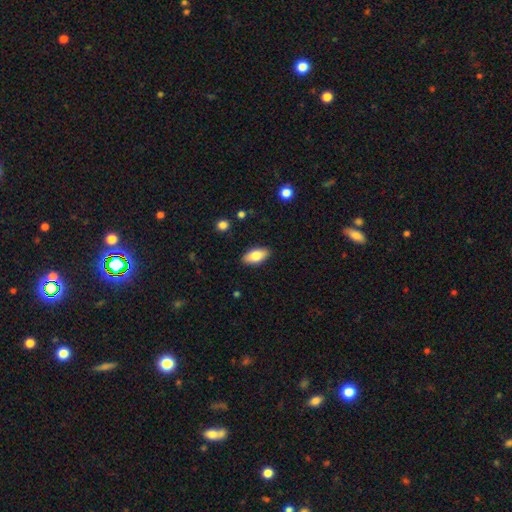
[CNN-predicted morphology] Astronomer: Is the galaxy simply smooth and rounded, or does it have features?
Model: smooth — 80%.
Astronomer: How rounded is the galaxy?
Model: in between — 91%.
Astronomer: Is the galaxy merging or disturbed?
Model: none — 89%.